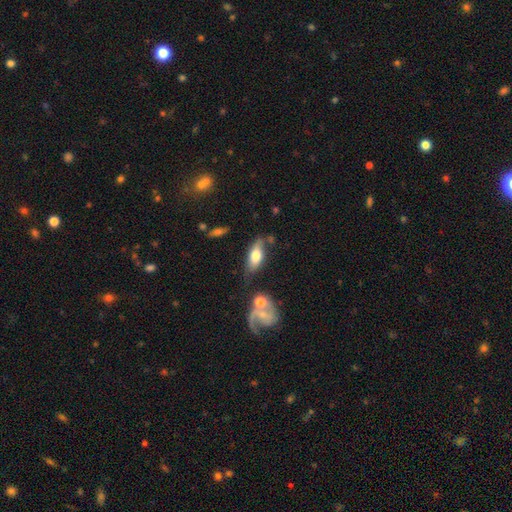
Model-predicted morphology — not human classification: Q: Smooth or featured?
A: smooth (63%); runner-up: featured or disk (30%)
Q: How rounded?
A: in between (80%); runner-up: cigar-shaped (16%)
Q: Merging?
A: none (54%); runner-up: minor disturbance (24%)